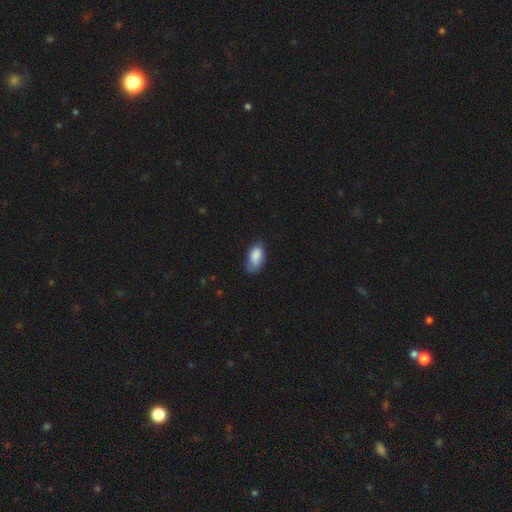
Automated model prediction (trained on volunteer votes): smooth 84%, featured or disk 9%, star or artifact 7%. Down the decision tree: how rounded — in between (93%); merging — none (57%).